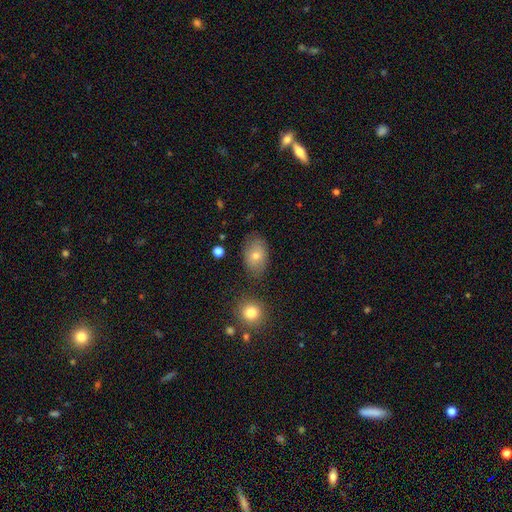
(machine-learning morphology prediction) smooth_or_featured: smooth (p=0.71) [alt: featured or disk p=0.18]
how_rounded: in between (p=0.82) [alt: round p=0.17]
merging: none (p=0.78) [alt: minor disturbance p=0.15]